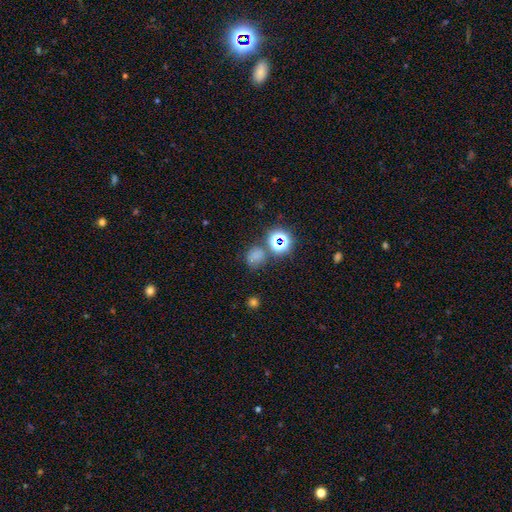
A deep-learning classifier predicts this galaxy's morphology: Smooth or featured?
  - smooth: 59% *
  - star or artifact: 33%
  - featured or disk: 9%
How rounded?
  - round: 63% *
  - in between: 36%
  - cigar-shaped: 1%
Merging?
  - none: 61% *
  - minor disturbance: 18%
  - merger: 12%
  - major disturbance: 9%